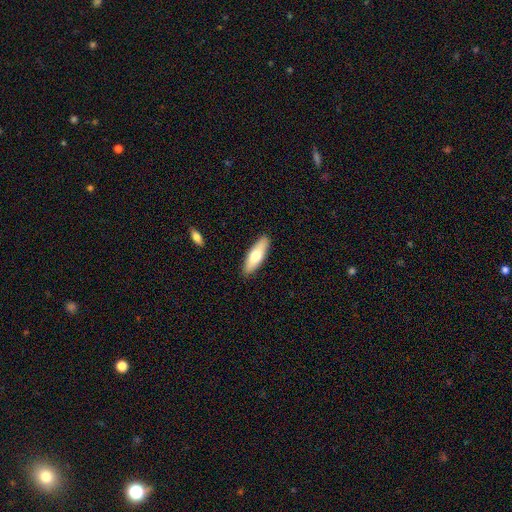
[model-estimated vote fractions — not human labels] A smooth galaxy with no disk features (68%) that is in between round and cigar-shaped (53%).

Vote fractions:
- Smooth or featured? smooth: 68% / featured or disk: 27% / star or artifact: 5%
- How rounded? in between: 53% / cigar-shaped: 45% / round: 2%
- Merging? none: 90% / minor disturbance: 8% / major disturbance: 2% / merger: 1%